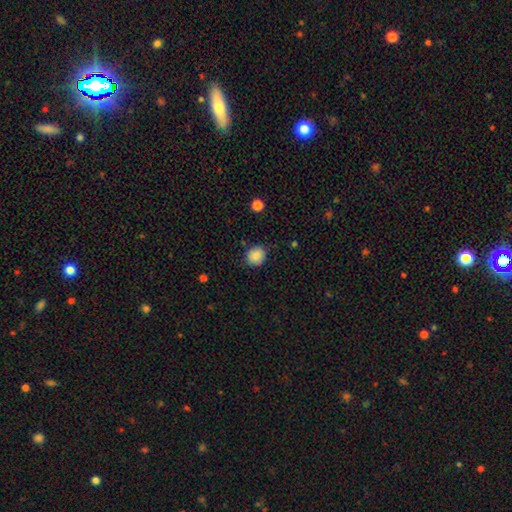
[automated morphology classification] The model was most divided on "how rounded": round: 78%, in between: 21%, cigar-shaped: 1%. More confident: smooth or featured — smooth (86%); merging — none (82%).